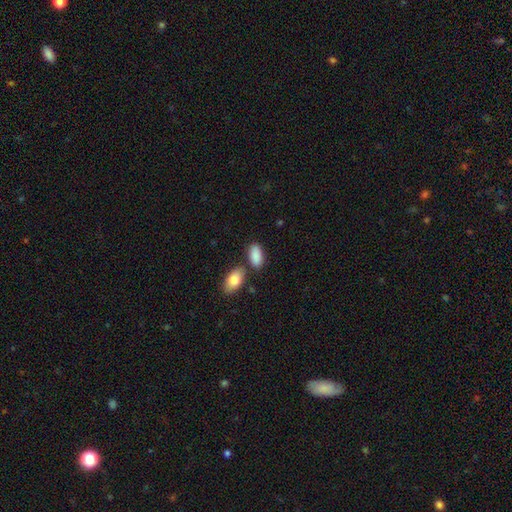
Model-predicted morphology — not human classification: Smooth or featured? smooth (89%)
How rounded? in between (93%)
Merging? none (66%)